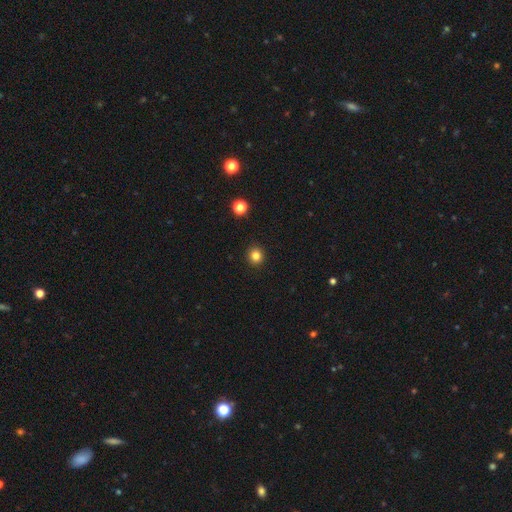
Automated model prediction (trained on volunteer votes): Smooth or featured? Predicted: smooth (p=0.82). How rounded? Predicted: round (p=0.90). Merging? Predicted: none (p=0.92).